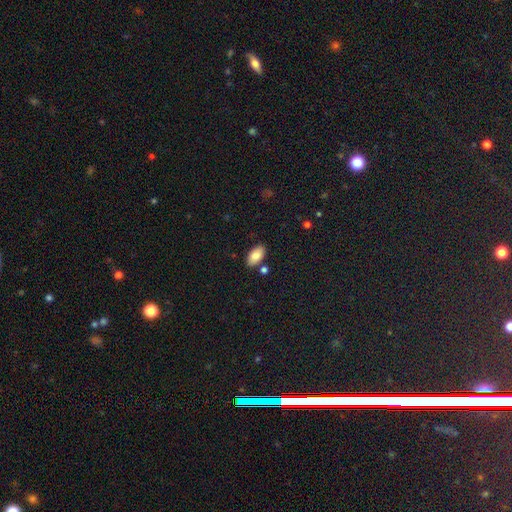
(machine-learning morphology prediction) Smooth or featured? smooth (83%)
How rounded? in between (94%)
Merging? none (82%)